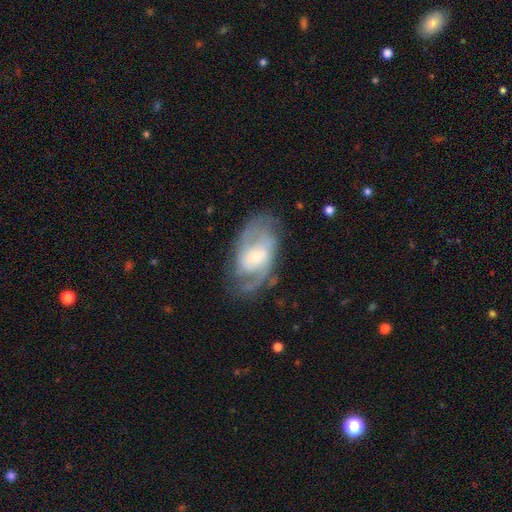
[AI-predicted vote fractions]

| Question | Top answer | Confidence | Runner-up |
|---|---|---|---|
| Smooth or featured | featured or disk | 84% | smooth (11%) |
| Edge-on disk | no | 95% | yes (5%) |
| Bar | no | 48% | weak (41%) |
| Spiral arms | yes | 93% | no (7%) |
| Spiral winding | medium | 46% | tight (37%) |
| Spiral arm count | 2 | 54% | can't tell (21%) |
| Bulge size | small | 52% | moderate (43%) |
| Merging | none | 70% | minor disturbance (19%) |